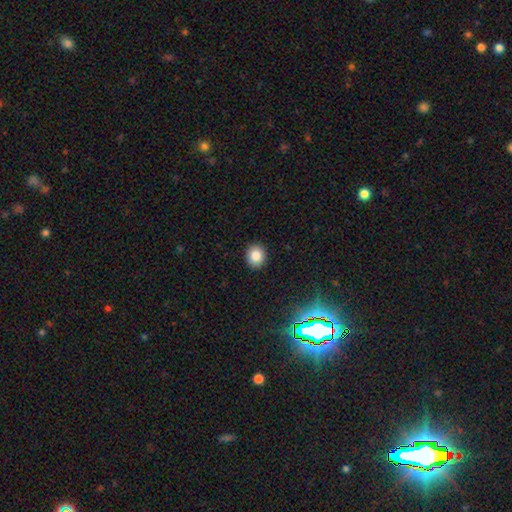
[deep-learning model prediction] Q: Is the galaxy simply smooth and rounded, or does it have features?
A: smooth — 85%.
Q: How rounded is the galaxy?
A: round — 79%.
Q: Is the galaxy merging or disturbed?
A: none — 91%.